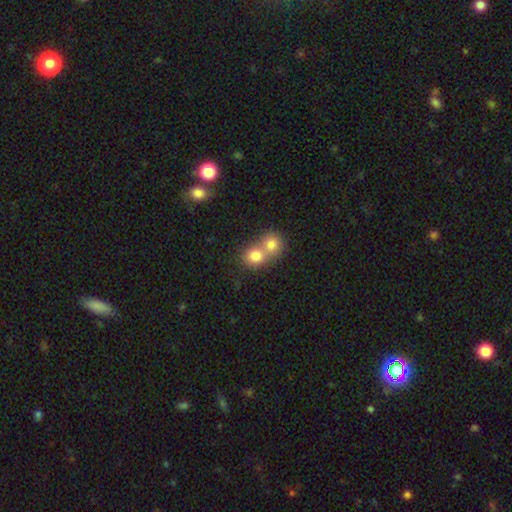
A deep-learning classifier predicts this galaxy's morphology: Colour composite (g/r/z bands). It shows a smooth galaxy with no disk features (78%) that is round (77%). Merging: merger (65%).